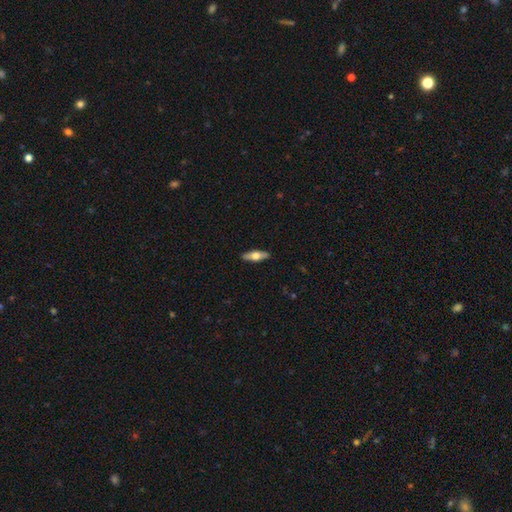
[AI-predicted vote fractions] smooth 52%, featured or disk 42%, star or artifact 6%. Down the decision tree: how rounded — in between (57%); merging — none (89%).